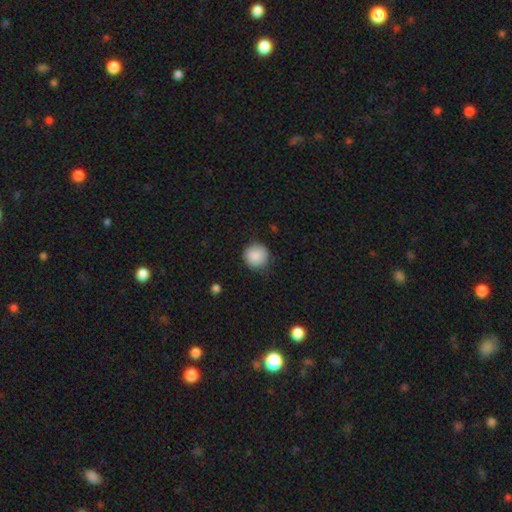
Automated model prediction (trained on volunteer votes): Smooth or featured?
  - smooth: 89% *
  - star or artifact: 8%
  - featured or disk: 4%
How rounded?
  - round: 93% *
  - in between: 6%
  - cigar-shaped: 1%
Merging?
  - none: 84% *
  - minor disturbance: 12%
  - major disturbance: 3%
  - merger: 1%